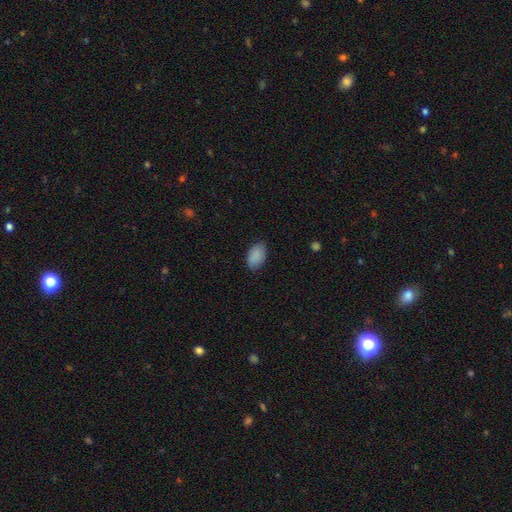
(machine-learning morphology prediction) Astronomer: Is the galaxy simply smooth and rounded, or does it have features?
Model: smooth — 89%.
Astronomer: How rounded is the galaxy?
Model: in between — 92%.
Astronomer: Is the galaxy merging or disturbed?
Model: none — 81%.